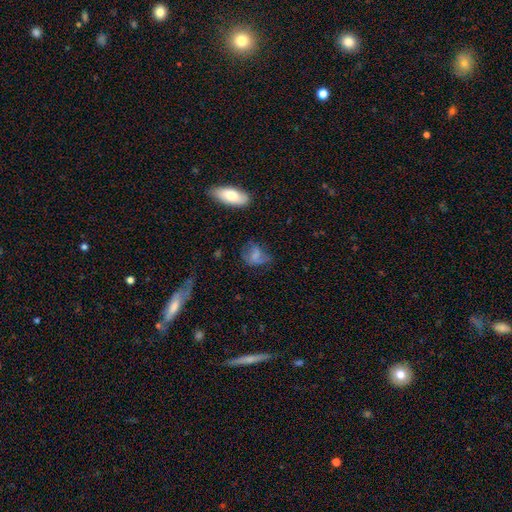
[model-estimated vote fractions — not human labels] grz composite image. It shows a smooth galaxy with no disk features (61%) that is in between round and cigar-shaped (67%). Merging: none (43%).